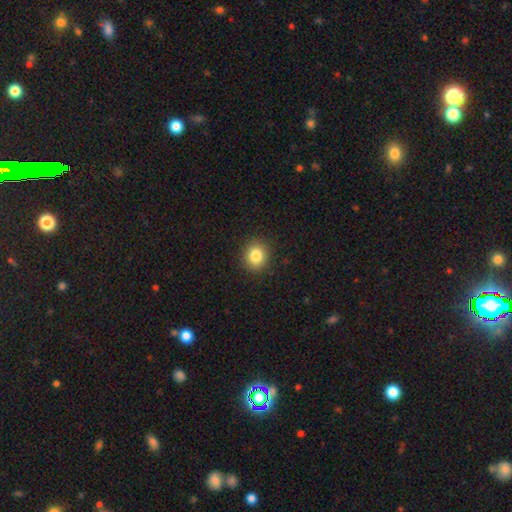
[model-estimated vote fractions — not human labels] Smooth or featured: smooth — 84% (star or artifact — 10%)
How rounded: round — 76% (in between — 23%)
Merging: none — 91% (minor disturbance — 6%)